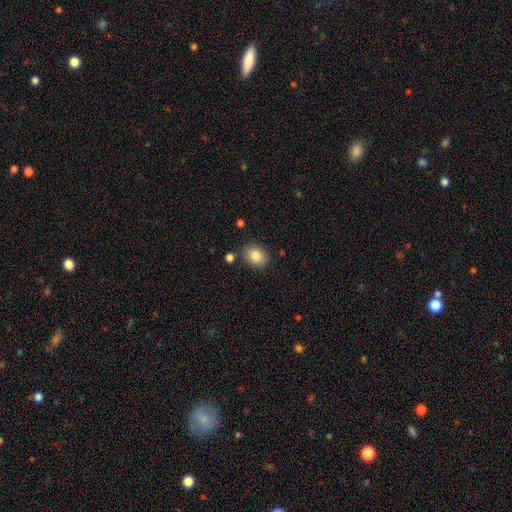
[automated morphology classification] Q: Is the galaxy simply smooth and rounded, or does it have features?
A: smooth — 85%.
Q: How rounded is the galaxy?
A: in between — 53%.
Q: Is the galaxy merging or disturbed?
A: none — 82%.